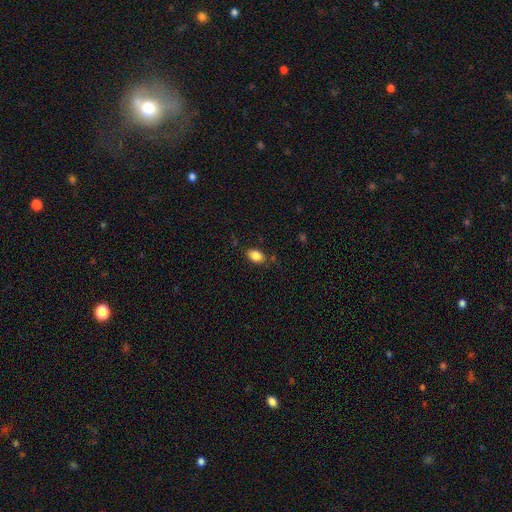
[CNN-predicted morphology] This is clearly a smooth galaxy (85%). How rounded: clearly in between (86%). Merging: likely none (80%).